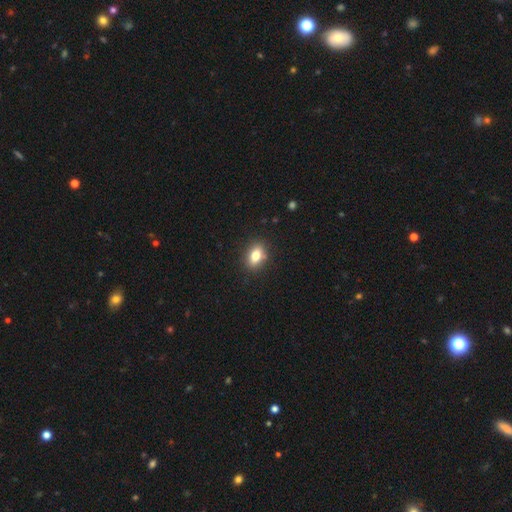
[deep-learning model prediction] Smooth or featured: smooth — 78% (featured or disk — 12%)
How rounded: in between — 75% (round — 22%)
Merging: none — 85% (minor disturbance — 10%)